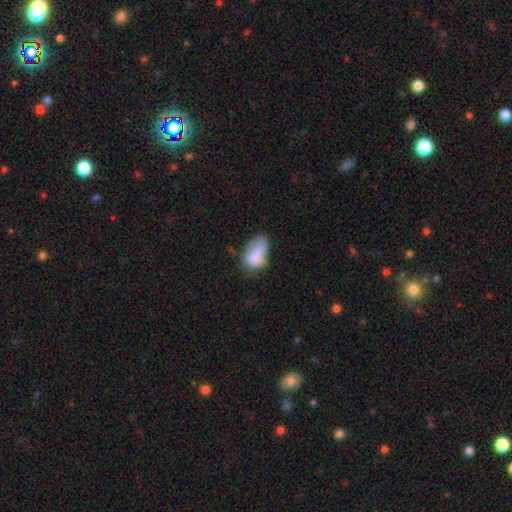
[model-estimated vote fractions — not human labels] smooth_or_featured: smooth (p=0.76) [alt: featured or disk p=0.15]
how_rounded: in between (p=0.91) [alt: round p=0.07]
merging: minor disturbance (p=0.35) [alt: none p=0.31]